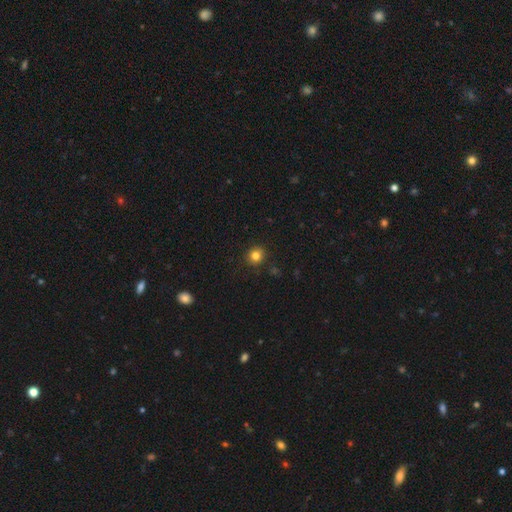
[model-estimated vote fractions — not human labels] This is clearly a smooth galaxy (82%). How rounded: clearly round (90%). Merging: clearly none (91%).